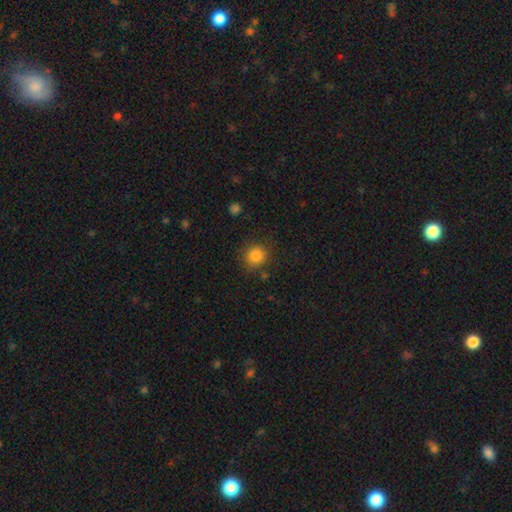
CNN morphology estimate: Overall: smooth (84%). How rounded: round (87%). Merging: none (84%).